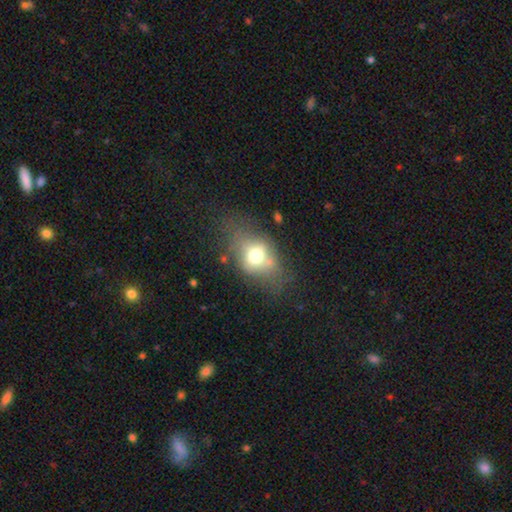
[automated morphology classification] The model was most divided on "merging": none: 51%, minor disturbance: 24%, major disturbance: 19%, merger: 6%. More confident: how rounded — in between (68%); smooth or featured — smooth (60%).